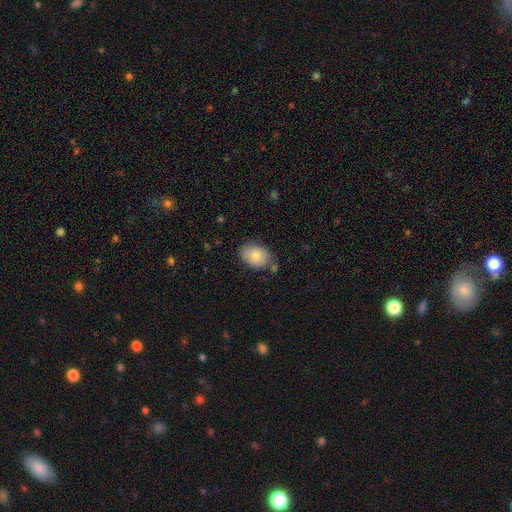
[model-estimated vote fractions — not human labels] The model was most divided on "merging": none: 72%, minor disturbance: 19%, merger: 4%, major disturbance: 4%. More confident: smooth or featured — smooth (82%); how rounded — in between (76%).